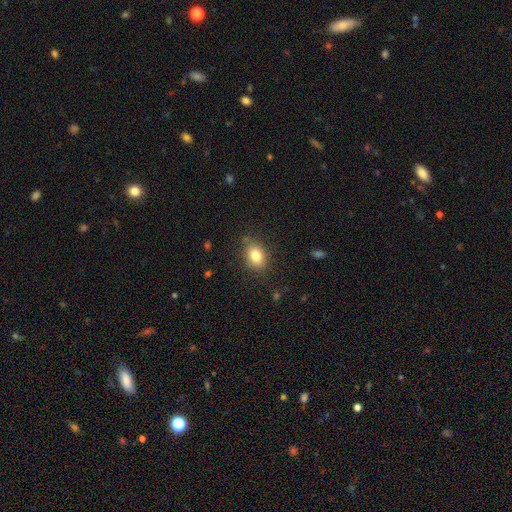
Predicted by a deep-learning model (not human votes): This appears to be a smooth galaxy with no disk features (82%) that is in between round and cigar-shaped (66%). Merging: none (81%).